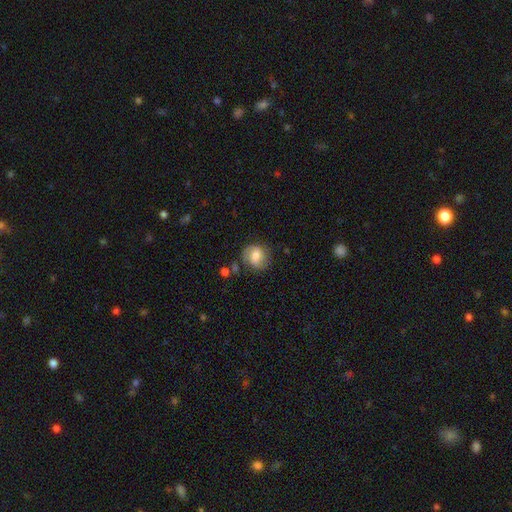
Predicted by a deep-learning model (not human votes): Morphology: type=smooth (70%); roundness=round (71%); merging=none (68%).